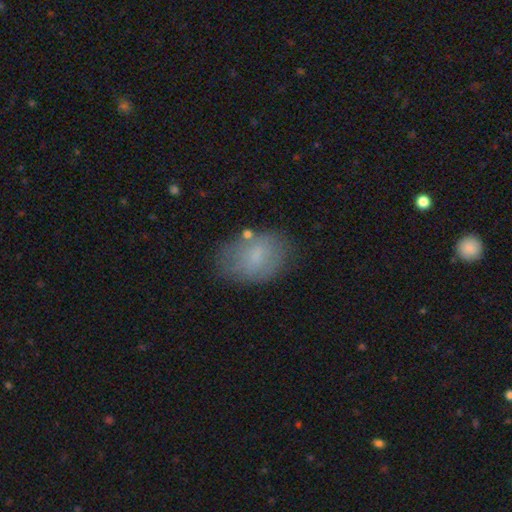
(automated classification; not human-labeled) The model was most divided on "smooth or featured": smooth: 67%, featured or disk: 23%, star or artifact: 10%. More confident: how rounded — in between (80%); merging — none (72%).